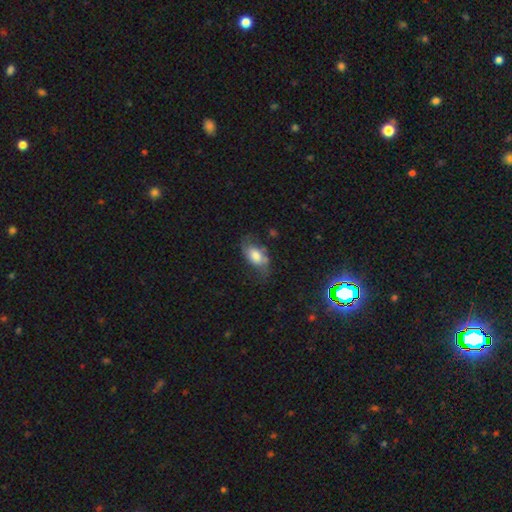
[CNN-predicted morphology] The model was most divided on "merging": none: 51%, minor disturbance: 29%, major disturbance: 17%, merger: 3%. More confident: how rounded — in between (88%); smooth or featured — smooth (58%).